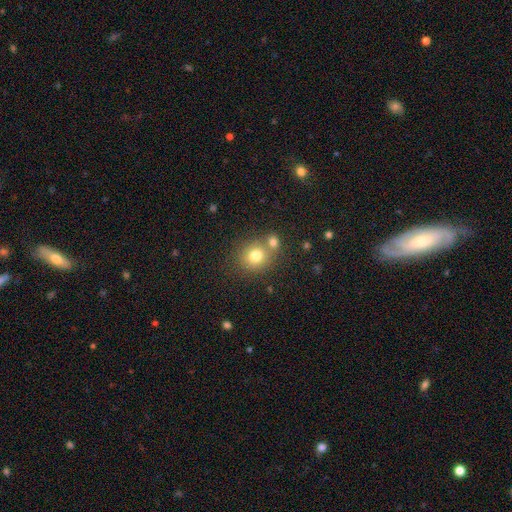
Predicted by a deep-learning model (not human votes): Smooth or featured?
  - smooth: 77% *
  - star or artifact: 13%
  - featured or disk: 11%
How rounded?
  - round: 82% *
  - in between: 17%
  - cigar-shaped: 1%
Merging?
  - none: 59% *
  - merger: 29%
  - minor disturbance: 9%
  - major disturbance: 3%